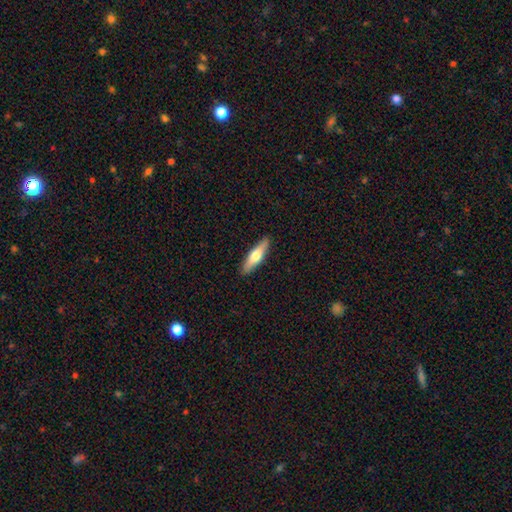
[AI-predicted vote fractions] Morphology: type=smooth (58%); roundness=cigar-shaped (73%); merging=none (90%).